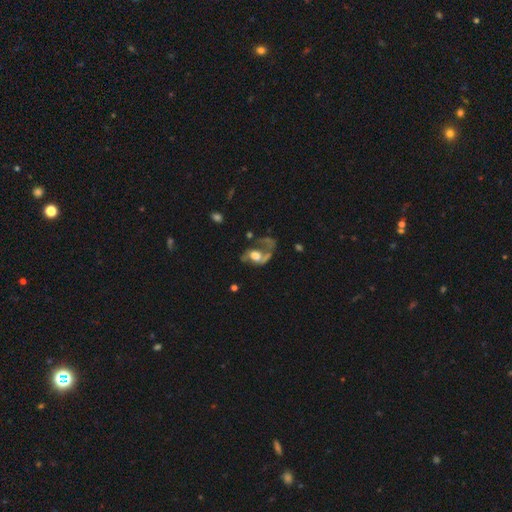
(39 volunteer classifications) smooth-or-featured: featured or disk: 54% | smooth: 36% | star or artifact: 10%
  disk-edge-on: no: 95% | yes: 5%
    bar: no: 70% | weak: 20% | strong: 10%
    has-spiral-arms: yes: 50% (tied) | no: 50% (tied)
      spiral-winding: loose: 70% | medium: 30% | tight: 0%
      spiral-arm-count: 2: 60% | 1: 30% | can't tell: 10% | 3: 0% | 4: 0% | more than 4: 0%
    bulge-size: large: 60% | moderate: 15% | dominant: 10% | small: 10% | none: 5%
  merging: major disturbance: 54% | none: 20% | merger: 17% | minor disturbance: 9%